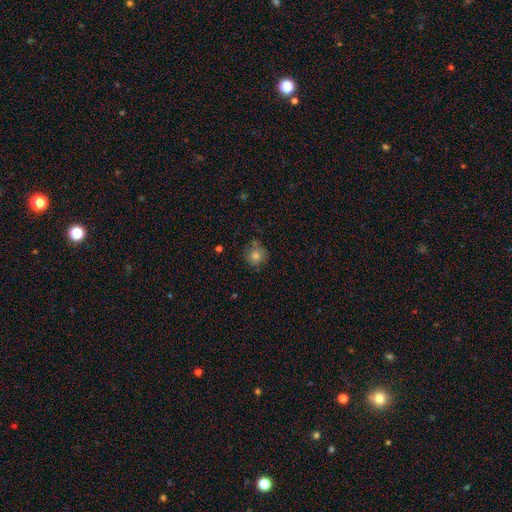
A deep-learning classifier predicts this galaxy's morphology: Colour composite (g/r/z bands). It shows a smooth galaxy with no disk features (75%) that is round (89%). Merging: none (70%).